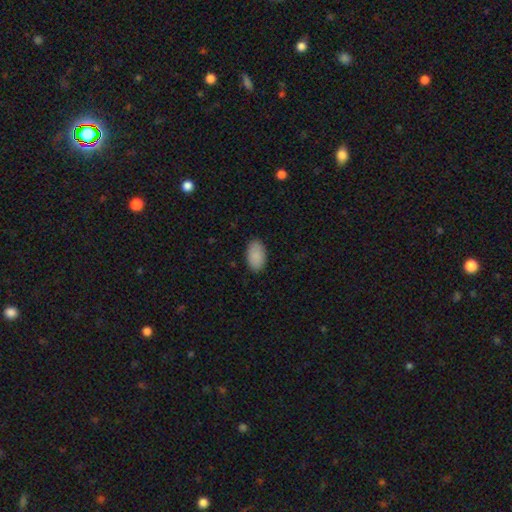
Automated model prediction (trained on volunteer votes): Smooth or featured?
  - smooth: 90% *
  - star or artifact: 6%
  - featured or disk: 4%
How rounded?
  - in between: 94% *
  - round: 4%
  - cigar-shaped: 1%
Merging?
  - none: 86% *
  - minor disturbance: 11%
  - major disturbance: 2%
  - merger: 1%